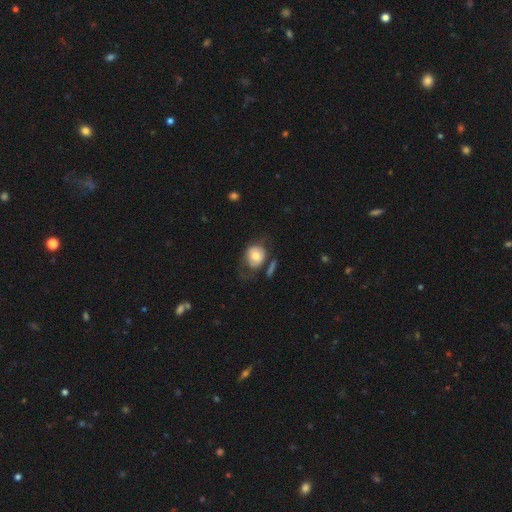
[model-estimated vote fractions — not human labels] A smooth galaxy with no disk features (64%) that is round (62%). Merging: none (42%).